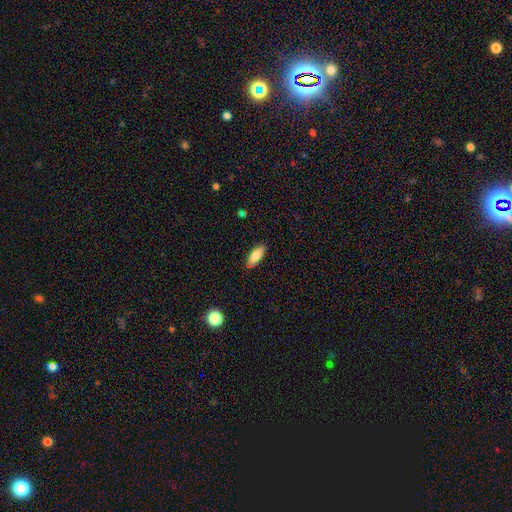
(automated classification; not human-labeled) A smooth galaxy with no disk features (83%) that is in between round and cigar-shaped (76%). Merging: none (85%).